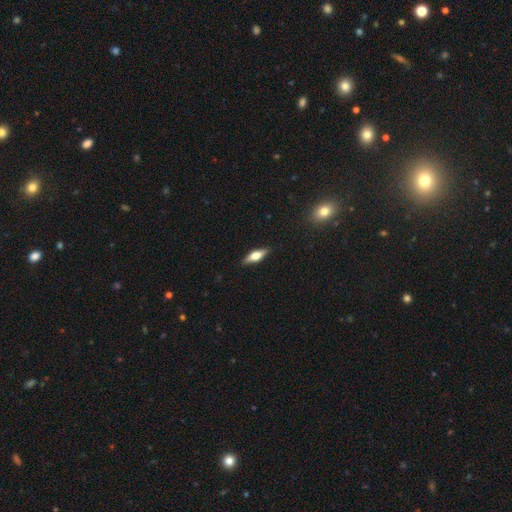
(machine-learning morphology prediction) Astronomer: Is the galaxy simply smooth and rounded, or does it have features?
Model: featured or disk — 52% (runner-up: smooth, 41%).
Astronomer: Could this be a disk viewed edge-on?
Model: yes — 94%.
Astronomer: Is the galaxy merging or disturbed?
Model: none — 88%.